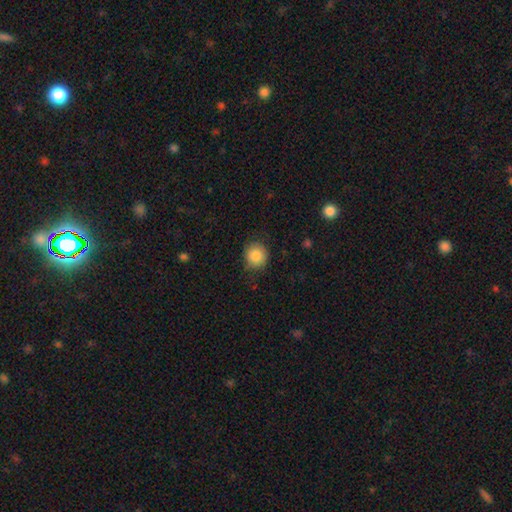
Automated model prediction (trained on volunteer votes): Smooth or featured? smooth (85%)
How rounded? round (86%)
Merging? none (82%)